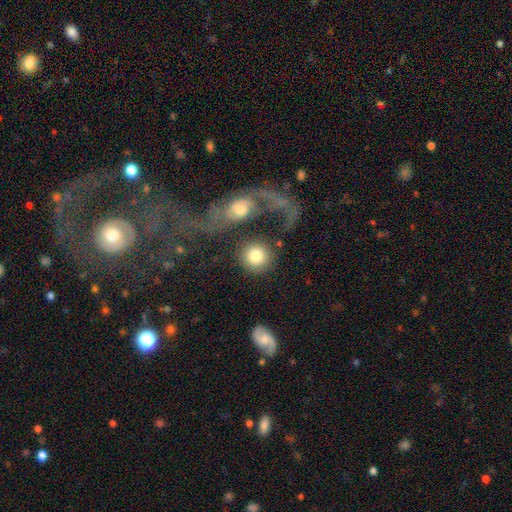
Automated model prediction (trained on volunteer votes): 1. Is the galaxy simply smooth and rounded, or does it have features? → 78% smooth, 15% featured or disk, 8% star or artifact.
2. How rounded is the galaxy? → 90% round, 9% in between, 1% cigar-shaped.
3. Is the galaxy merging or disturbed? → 58% none, 21% merger, 11% major disturbance, 10% minor disturbance.